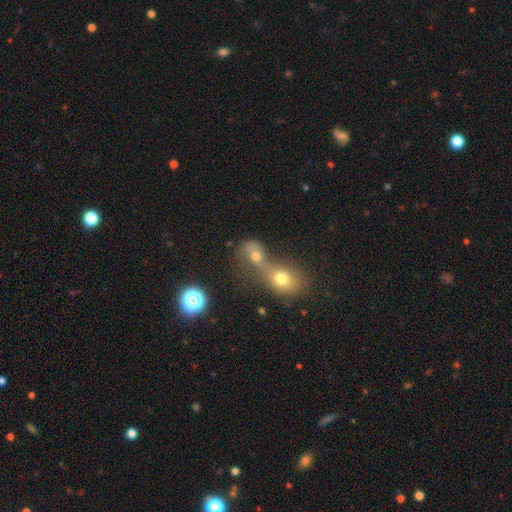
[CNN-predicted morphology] A smooth galaxy with no disk features (65%) that is round (59%). Merging: merger (73%).